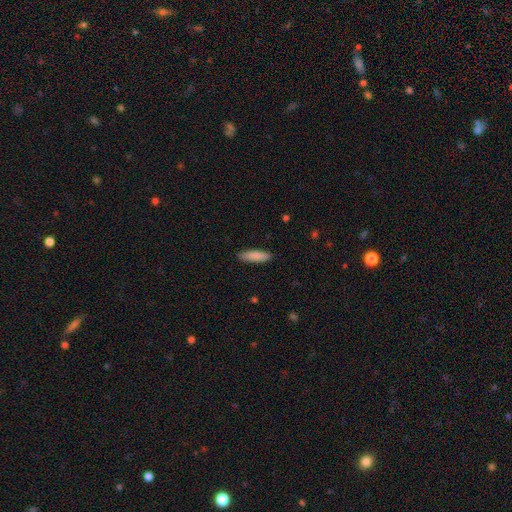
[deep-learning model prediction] The model was most divided on "how rounded": cigar-shaped: 64%, in between: 35%, round: 1%. More confident: merging — none (88%); smooth or featured — smooth (87%).